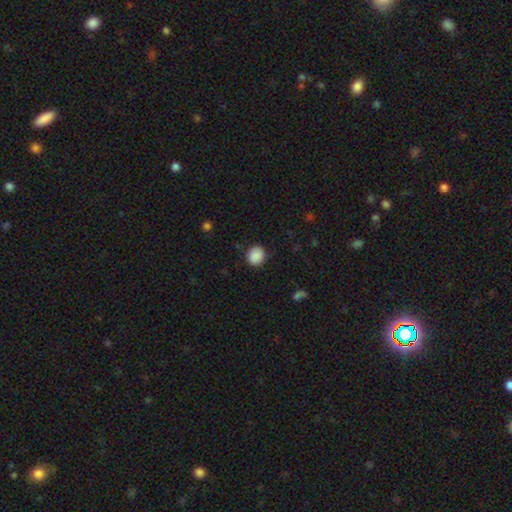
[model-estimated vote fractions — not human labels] Morphology: type=smooth (88%); roundness=round (79%); merging=none (86%).